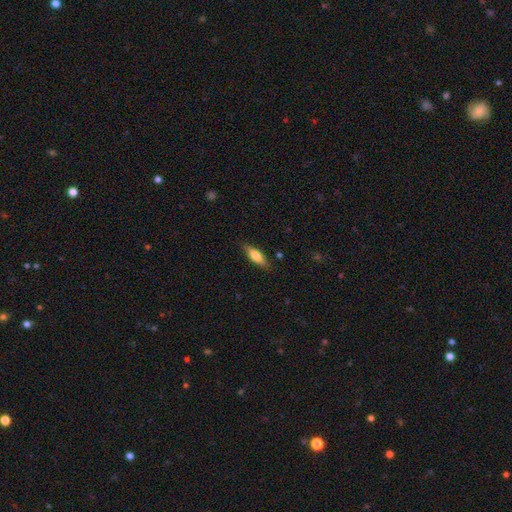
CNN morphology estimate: Overall: smooth (69%). How rounded: in between (54%; cigar-shaped 44%). Merging: none (83%).